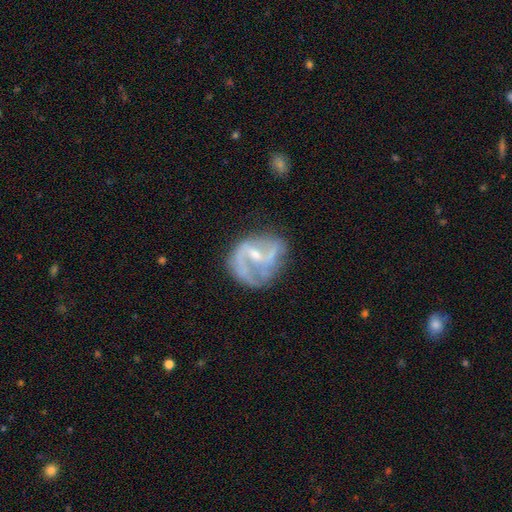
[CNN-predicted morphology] Overall: featured or disk (81%). Edge-on disk: no (97%). Bar: weak (47%; strong 30%). Spiral arms: yes (83%). Spiral arm count: 2 (69%). Spiral winding: medium (43%; loose 40%). Bulge size: small (57%; moderate 36%). Merging: none (50%; minor disturbance 25%).